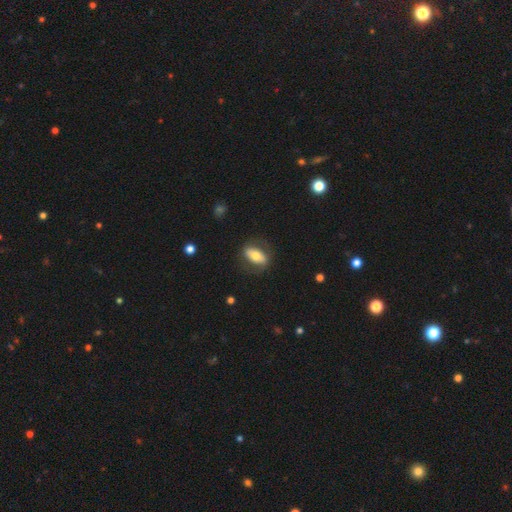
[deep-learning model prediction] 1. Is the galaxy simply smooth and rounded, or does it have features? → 58% smooth, 36% featured or disk, 6% star or artifact.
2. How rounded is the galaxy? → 84% in between, 11% cigar-shaped, 6% round.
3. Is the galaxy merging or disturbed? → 76% none, 14% minor disturbance, 8% major disturbance, 1% merger.